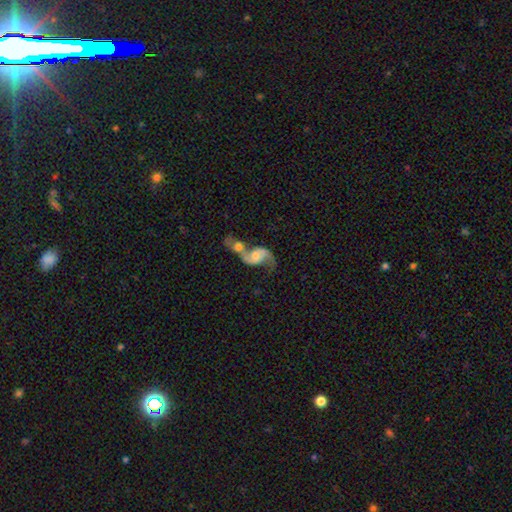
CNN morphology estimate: The model was most divided on "bulge size" (2-way tie): moderate: 35%, small: 35%, none: 19%, large: 9%, dominant: 2%. More confident: edge-on disk — no (97%); spiral arms — yes (90%); spiral arm count — 2 (85%); smooth or featured — featured or disk (77%); spiral winding — loose (71%); merging — merger (70%); bar — no (52%).